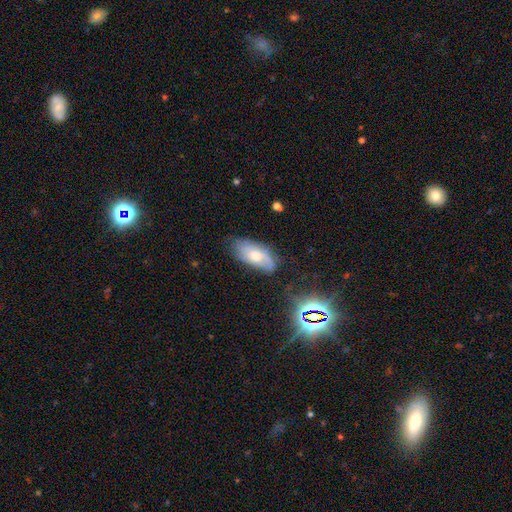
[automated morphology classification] The model was most divided on "smooth or featured": smooth: 50%, featured or disk: 42%, star or artifact: 9%. More confident: merging — none (62%).